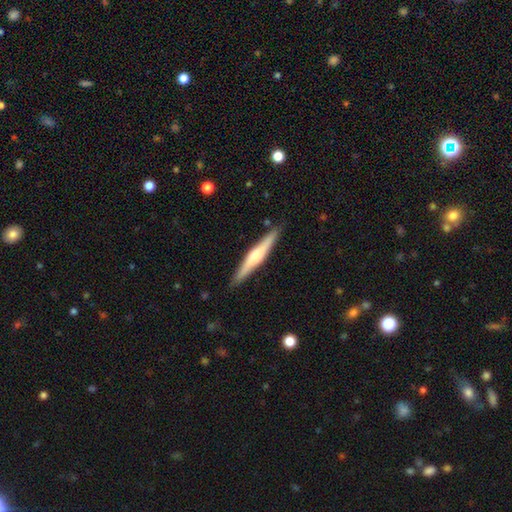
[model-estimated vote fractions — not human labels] featured or disk 57%, smooth 38%, star or artifact 5%. Down the decision tree: edge-on disk — yes (97%); edge-on bulge — rounded (77%); merging — none (89%).